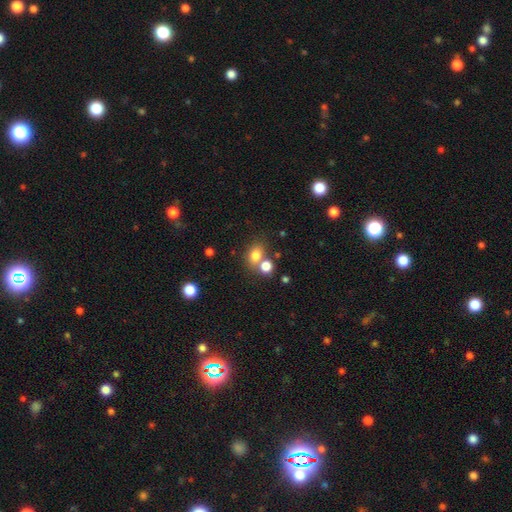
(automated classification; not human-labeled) Smooth or featured: smooth — 78% (star or artifact — 13%)
How rounded: in between — 55% (round — 44%)
Merging: none — 53% (merger — 32%)